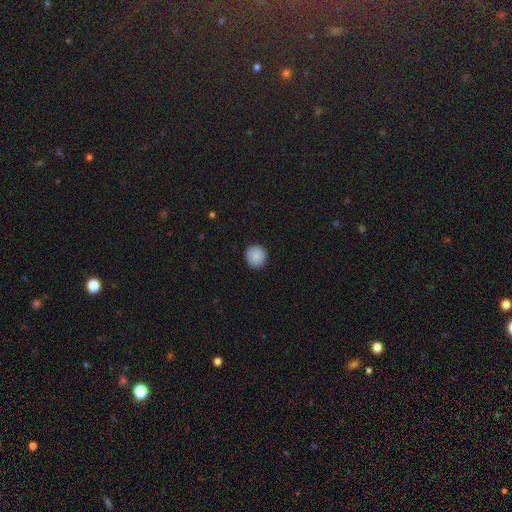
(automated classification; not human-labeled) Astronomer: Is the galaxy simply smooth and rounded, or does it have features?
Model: smooth — 89%.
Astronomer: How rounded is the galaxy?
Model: round — 93%.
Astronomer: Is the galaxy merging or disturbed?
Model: none — 91%.